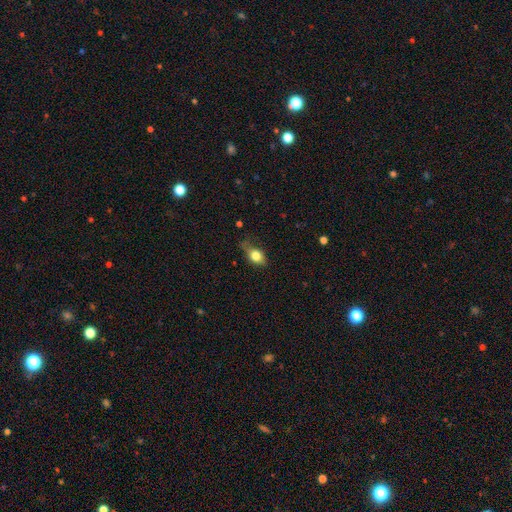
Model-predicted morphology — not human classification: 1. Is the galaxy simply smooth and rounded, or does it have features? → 77% smooth, 15% featured or disk, 9% star or artifact.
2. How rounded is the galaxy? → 70% in between, 26% round, 4% cigar-shaped.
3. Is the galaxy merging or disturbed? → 51% none, 34% minor disturbance, 13% major disturbance, 2% merger.